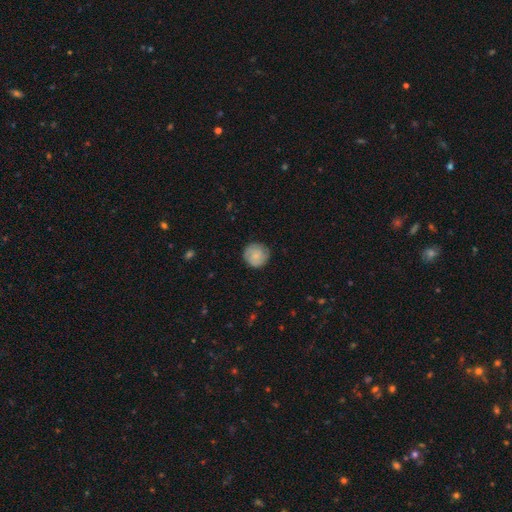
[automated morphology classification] Smooth or featured?
  - smooth: 73% *
  - featured or disk: 21%
  - star or artifact: 7%
How rounded?
  - round: 93% *
  - in between: 6%
  - cigar-shaped: 1%
Merging?
  - none: 82% *
  - minor disturbance: 14%
  - major disturbance: 3%
  - merger: 1%